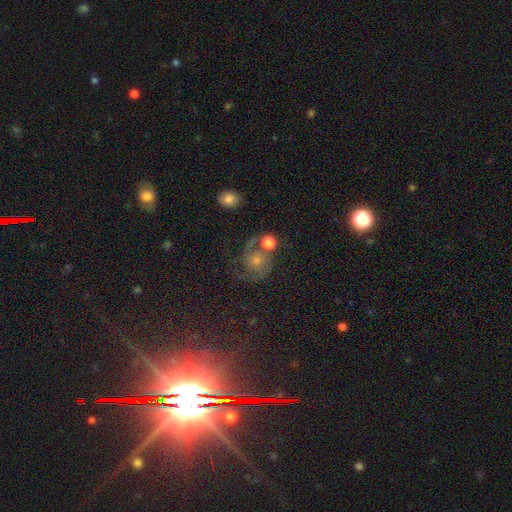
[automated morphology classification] Q: Smooth or featured?
A: featured or disk (67%); runner-up: star or artifact (16%)
Q: Edge-on disk?
A: no (98%); runner-up: yes (2%)
Q: Bar?
A: no (74%); runner-up: weak (21%)
Q: Spiral arms?
A: yes (93%); runner-up: no (7%)
Q: Spiral winding?
A: medium (48%); runner-up: tight (35%)
Q: Spiral arm count?
A: 2 (72%); runner-up: can't tell (11%)
Q: Bulge size?
A: small (47%); runner-up: moderate (42%)
Q: Merging?
A: none (59%); runner-up: minor disturbance (16%)